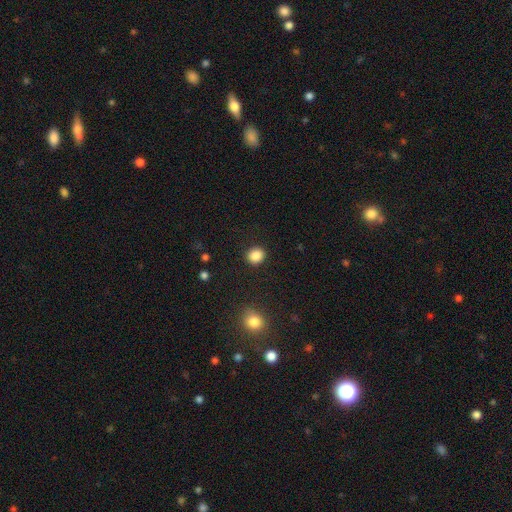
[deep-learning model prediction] smooth_or_featured: smooth (p=0.87) [alt: star or artifact p=0.10]
how_rounded: round (p=0.81) [alt: in between p=0.18]
merging: none (p=0.90) [alt: minor disturbance p=0.06]